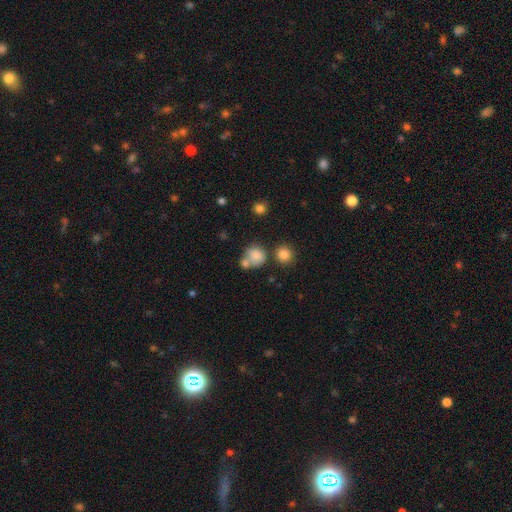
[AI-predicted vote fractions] Overall: smooth (79%). How rounded: round (78%). Merging: none (48%; merger 33%).